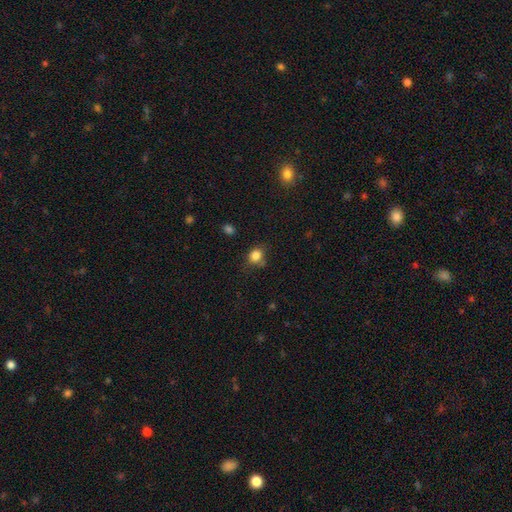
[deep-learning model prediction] A smooth galaxy with no disk features (83%) that is round (67%). Merging: none (65%).